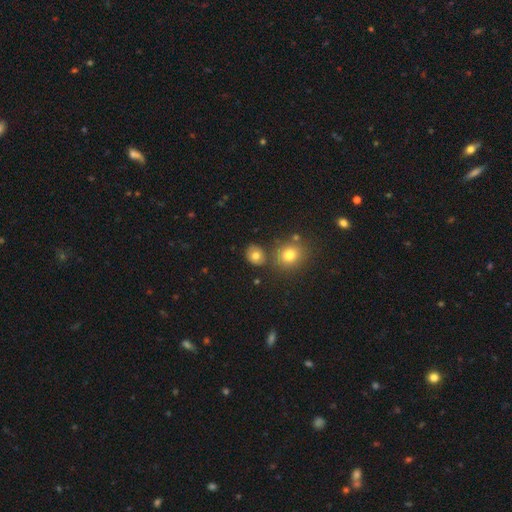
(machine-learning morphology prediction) Q: Smooth or featured?
A: smooth (77%); runner-up: star or artifact (13%)
Q: How rounded?
A: round (66%); runner-up: in between (33%)
Q: Merging?
A: none (75%); runner-up: minor disturbance (12%)